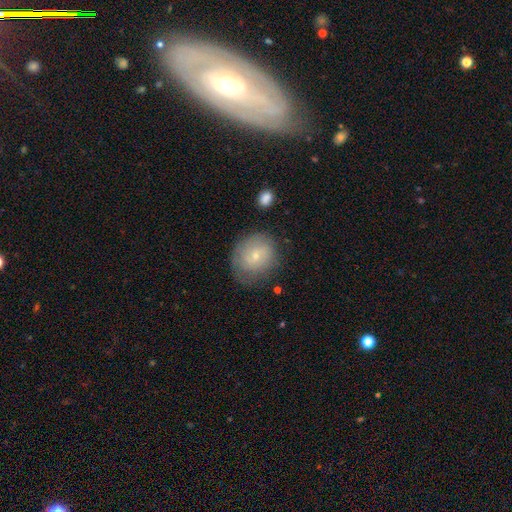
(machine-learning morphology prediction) Q: Smooth or featured?
A: smooth (61%); runner-up: featured or disk (31%)
Q: How rounded?
A: round (75%); runner-up: in between (25%)
Q: Merging?
A: none (66%); runner-up: minor disturbance (23%)